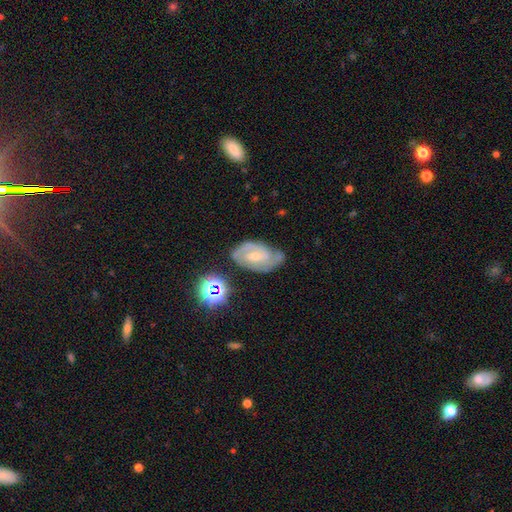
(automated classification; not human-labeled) The model was most divided on "bar": weak: 46%, no: 40%, strong: 14%. More confident: edge-on disk — no (97%); spiral arms — yes (97%); smooth or featured — featured or disk (82%); merging — none (68%); spiral arm count — 2 (66%); bulge size — small (63%); spiral winding — tight (53%).